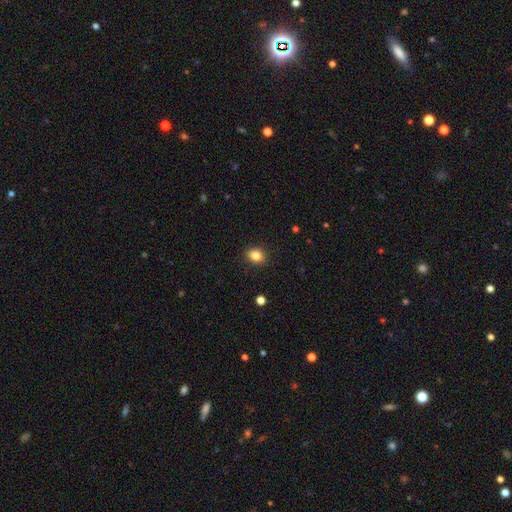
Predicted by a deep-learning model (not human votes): smooth_or_featured: smooth (p=0.84) [alt: star or artifact p=0.11]
how_rounded: round (p=0.52) [alt: in between p=0.47]
merging: none (p=0.90) [alt: minor disturbance p=0.07]